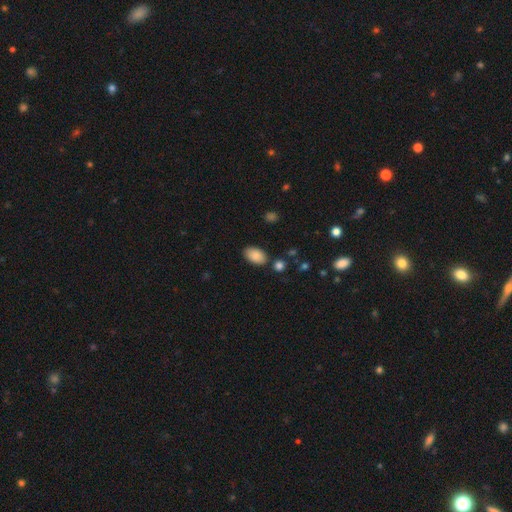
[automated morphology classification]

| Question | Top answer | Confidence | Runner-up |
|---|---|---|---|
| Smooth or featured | smooth | 88% | star or artifact (7%) |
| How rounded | in between | 93% | round (6%) |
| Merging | none | 82% | minor disturbance (12%) |